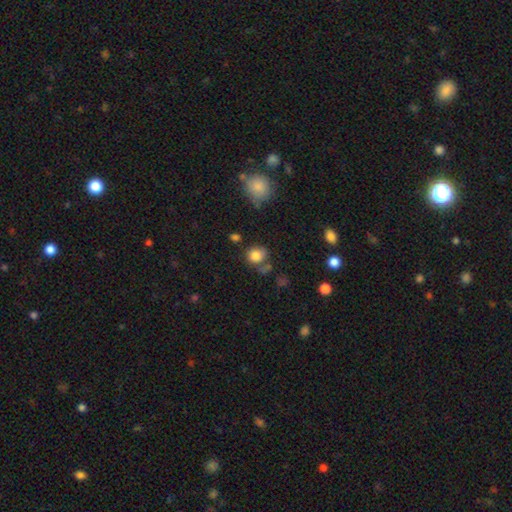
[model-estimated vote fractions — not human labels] A smooth galaxy with no disk features (83%) that is round (75%).

Vote fractions:
- Smooth or featured? smooth: 83% / star or artifact: 11% / featured or disk: 7%
- How rounded? round: 75% / in between: 24% / cigar-shaped: 1%
- Merging? none: 64% / minor disturbance: 18% / merger: 11% / major disturbance: 7%